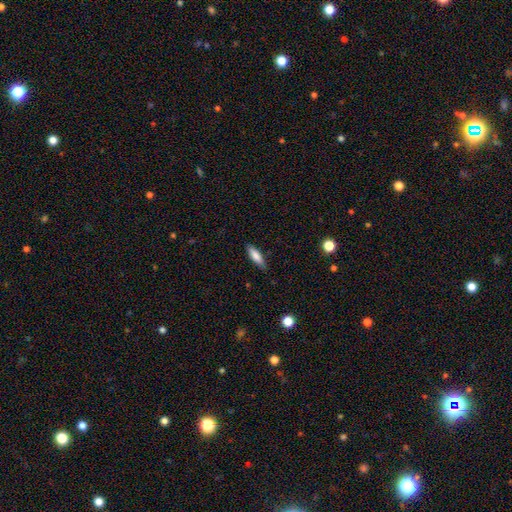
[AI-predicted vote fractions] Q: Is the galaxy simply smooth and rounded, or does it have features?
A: smooth — 81%.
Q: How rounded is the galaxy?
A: cigar-shaped — 53%.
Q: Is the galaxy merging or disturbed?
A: none — 84%.